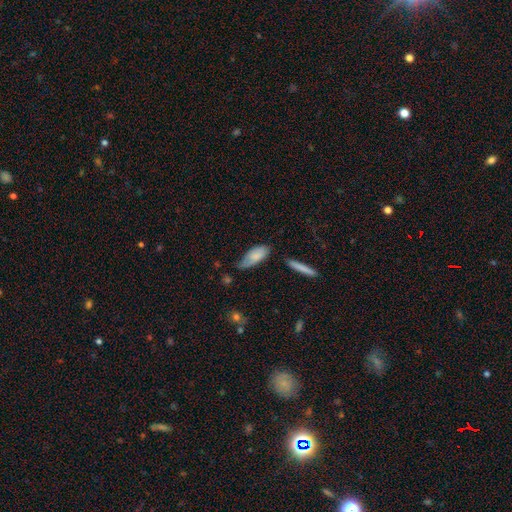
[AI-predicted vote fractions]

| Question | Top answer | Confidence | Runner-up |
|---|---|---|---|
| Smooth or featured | smooth | 73% | featured or disk (21%) |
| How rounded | in between | 80% | cigar-shaped (18%) |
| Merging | none | 45% | minor disturbance (39%) |